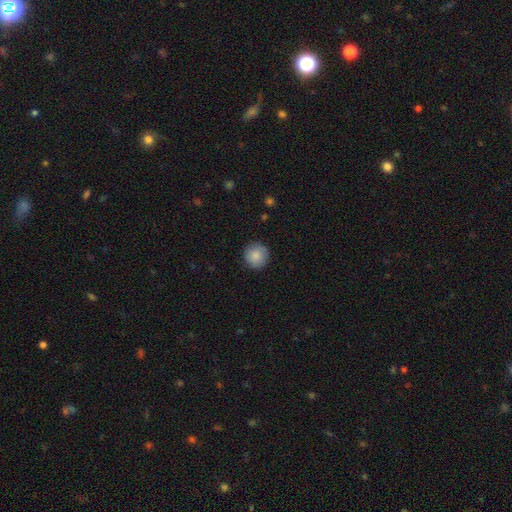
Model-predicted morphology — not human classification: Smooth or featured?
  - smooth: 87% *
  - star or artifact: 7%
  - featured or disk: 6%
How rounded?
  - round: 94% *
  - in between: 5%
  - cigar-shaped: 1%
Merging?
  - none: 89% *
  - minor disturbance: 8%
  - major disturbance: 2%
  - merger: 1%